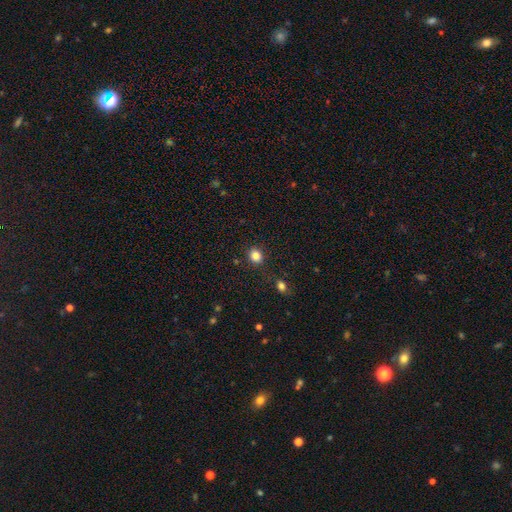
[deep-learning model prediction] smooth_or_featured: smooth (p=0.84) [alt: star or artifact p=0.11]
how_rounded: round (p=0.65) [alt: in between p=0.34]
merging: none (p=0.85) [alt: minor disturbance p=0.09]